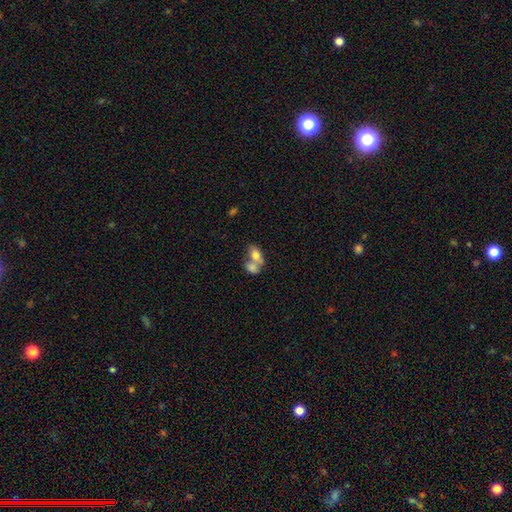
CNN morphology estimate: Smooth or featured? Predicted: smooth (p=0.73). How rounded? Predicted: in between (p=0.84). Merging? Predicted: merger (p=0.68).